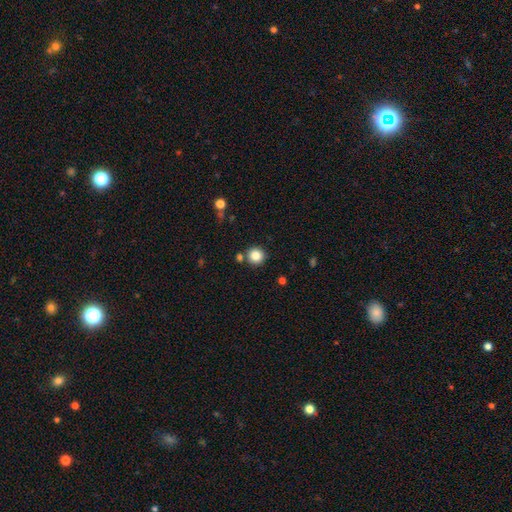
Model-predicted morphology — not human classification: Q: Smooth or featured?
A: smooth (84%); runner-up: star or artifact (11%)
Q: How rounded?
A: round (94%); runner-up: in between (5%)
Q: Merging?
A: none (83%); runner-up: merger (8%)